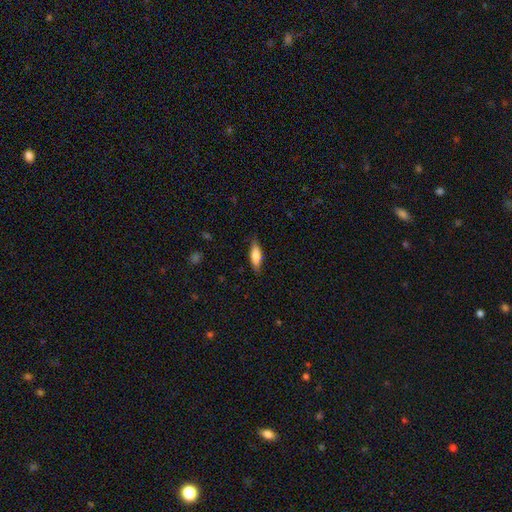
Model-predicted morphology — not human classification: This appears to be a smooth galaxy with no disk features (78%) that is in between round and cigar-shaped (59%). Merging: none (80%).